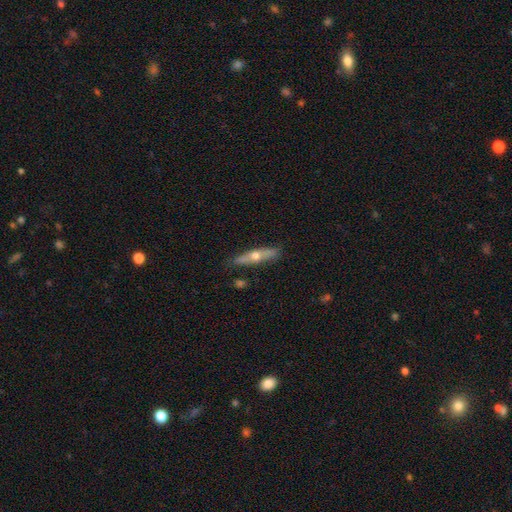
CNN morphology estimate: A featured or disk galaxy (53%) viewed edge-on (86%). Merging: none (84%).